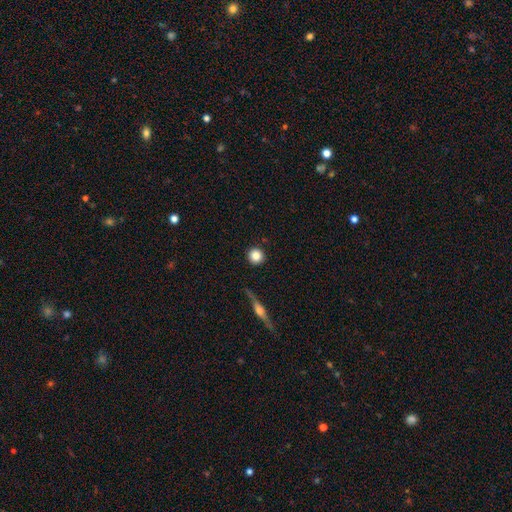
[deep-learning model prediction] Smooth or featured? smooth (84%)
How rounded? round (94%)
Merging? none (90%)